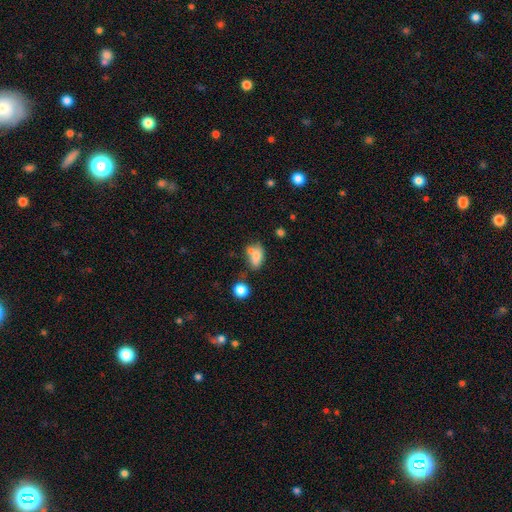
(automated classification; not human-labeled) The model was most divided on "merging": none: 41%, merger: 27%, minor disturbance: 22%, major disturbance: 10%. More confident: how rounded — in between (84%); smooth or featured — smooth (74%).